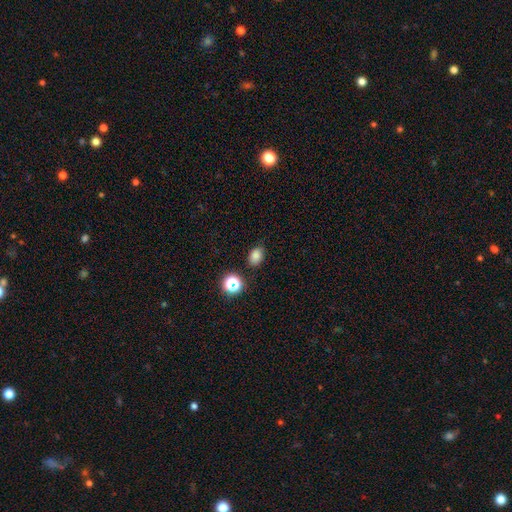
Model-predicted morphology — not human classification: The model was most divided on "how rounded": in between: 69%, round: 30%, cigar-shaped: 1%. More confident: smooth or featured — smooth (80%); merging — none (79%).